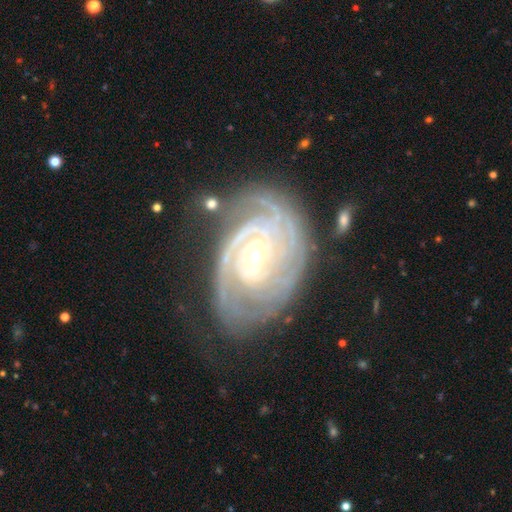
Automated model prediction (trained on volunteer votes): Overall: featured or disk (90%). Edge-on disk: no (96%). Bar: weak (47%; strong 31%). Spiral arms: yes (98%). Spiral arm count: 4 (23%, tied with 3). Spiral winding: tight (79%). Bulge size: small (59%; moderate 37%). Merging: none (68%).